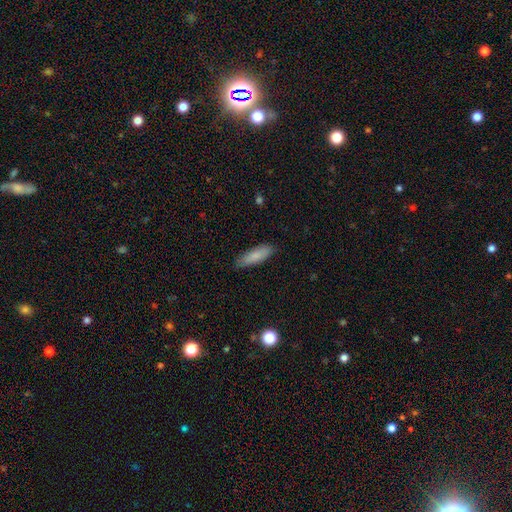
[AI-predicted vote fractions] Smooth or featured?
  - smooth: 84% *
  - featured or disk: 10%
  - star or artifact: 6%
How rounded?
  - in between: 52% *
  - cigar-shaped: 47%
  - round: 2%
Merging?
  - none: 85% *
  - minor disturbance: 12%
  - major disturbance: 2%
  - merger: 1%